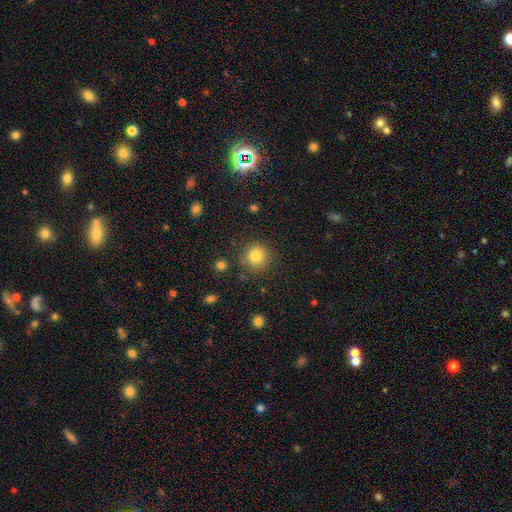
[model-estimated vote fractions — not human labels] smooth 82%, star or artifact 12%, featured or disk 6%. Down the decision tree: how rounded — round (93%); merging — none (85%).